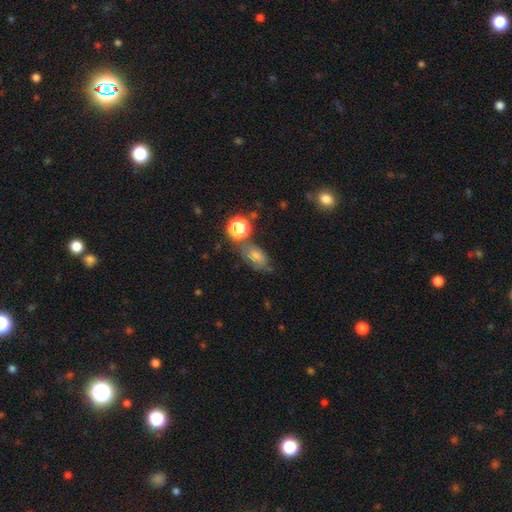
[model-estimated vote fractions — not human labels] This is possibly a smooth galaxy (45%). Merging: likely none (61%).